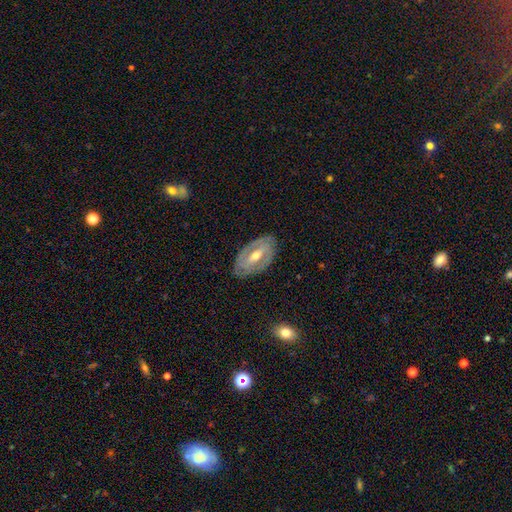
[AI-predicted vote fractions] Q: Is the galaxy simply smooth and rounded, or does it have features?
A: featured or disk — 75%.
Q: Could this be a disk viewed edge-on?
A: no — 91%.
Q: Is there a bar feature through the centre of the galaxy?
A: strong — 39%.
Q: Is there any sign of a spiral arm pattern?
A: yes — 63%.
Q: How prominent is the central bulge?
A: moderate — 65%.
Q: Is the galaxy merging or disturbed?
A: none — 79%.